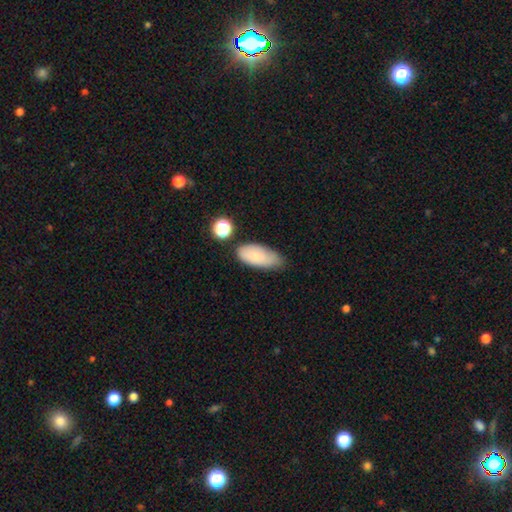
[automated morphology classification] A smooth galaxy with no disk features (80%) that is in between round and cigar-shaped (88%).

Vote fractions:
- Smooth or featured? smooth: 80% / featured or disk: 11% / star or artifact: 9%
- How rounded? in between: 88% / cigar-shaped: 9% / round: 3%
- Merging? none: 60% / minor disturbance: 28% / major disturbance: 6% / merger: 6%